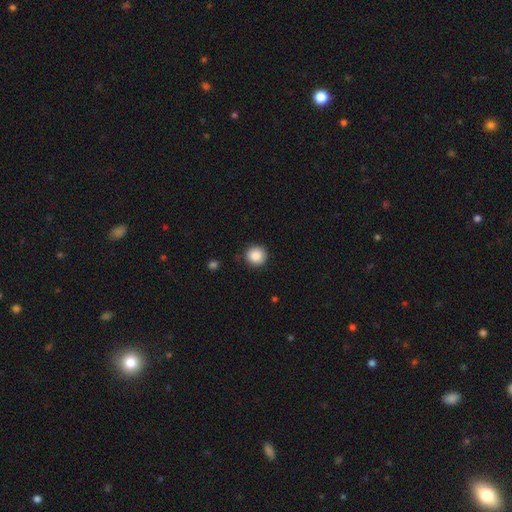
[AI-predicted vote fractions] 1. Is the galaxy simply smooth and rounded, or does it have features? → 88% smooth, 9% star or artifact, 3% featured or disk.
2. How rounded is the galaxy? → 94% round, 5% in between, 1% cigar-shaped.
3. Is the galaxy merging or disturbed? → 88% none, 8% minor disturbance, 2% major disturbance, 1% merger.